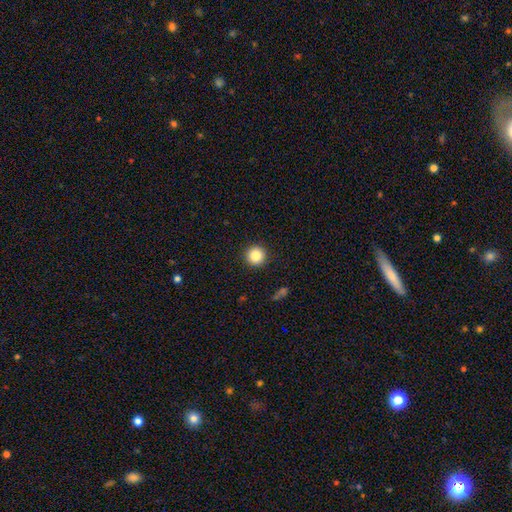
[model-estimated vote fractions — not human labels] smooth_or_featured: smooth (p=0.87) [alt: star or artifact p=0.09]
how_rounded: round (p=0.95) [alt: in between p=0.04]
merging: none (p=0.92) [alt: minor disturbance p=0.05]